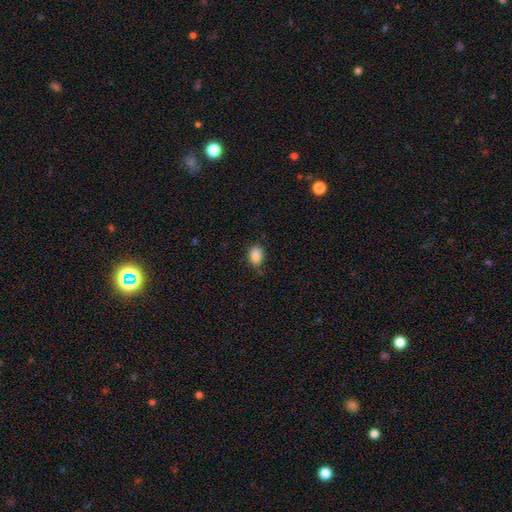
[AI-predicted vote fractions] A smooth galaxy with no disk features (87%) that is in between round and cigar-shaped (70%).

Vote fractions:
- Smooth or featured? smooth: 87% / star or artifact: 9% / featured or disk: 5%
- How rounded? in between: 70% / round: 29% / cigar-shaped: 1%
- Merging? none: 72% / minor disturbance: 22% / major disturbance: 4% / merger: 2%